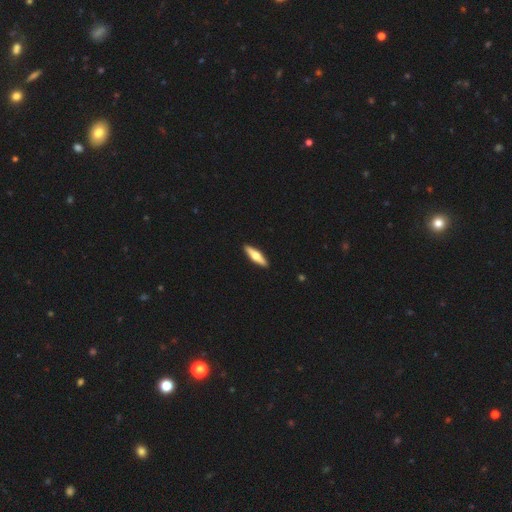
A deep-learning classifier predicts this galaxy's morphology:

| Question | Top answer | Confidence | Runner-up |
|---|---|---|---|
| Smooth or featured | featured or disk | 48% | smooth (47%) |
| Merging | none | 92% | minor disturbance (6%) |